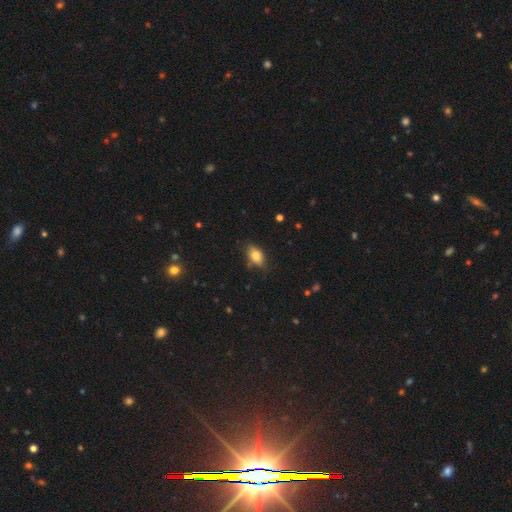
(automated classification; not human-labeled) A smooth galaxy with no disk features (79%) that is in between round and cigar-shaped (85%). Merging: none (73%).